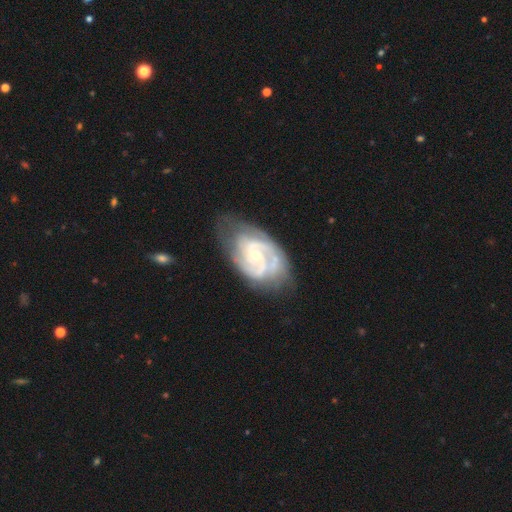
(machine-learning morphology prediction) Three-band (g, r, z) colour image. It shows a featured or disk galaxy (87%) with no bar (57%), 2 (53%) tight (55%) spiral arms (95%) and a small central bulge (61%). Merging: none (59%).